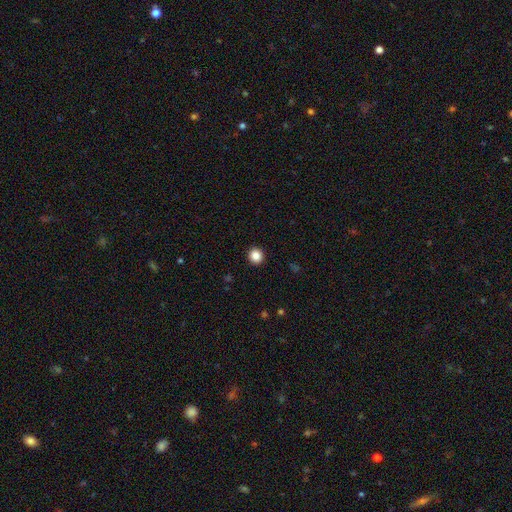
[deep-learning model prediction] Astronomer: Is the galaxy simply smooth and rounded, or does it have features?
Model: smooth — 86%.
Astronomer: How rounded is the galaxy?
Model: round — 93%.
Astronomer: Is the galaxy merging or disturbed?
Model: none — 93%.